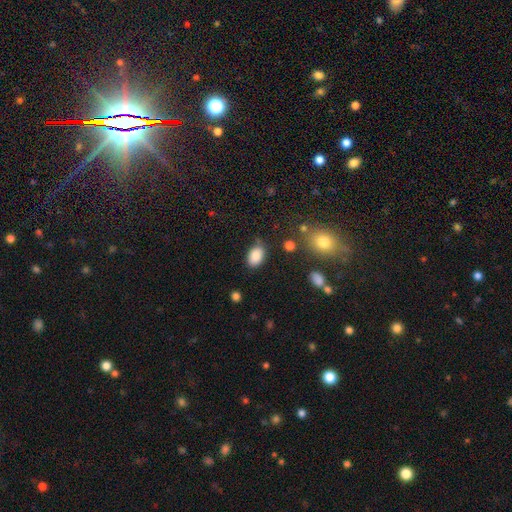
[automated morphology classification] Smooth or featured? Predicted: smooth (p=0.86). How rounded? Predicted: in between (p=0.87). Merging? Predicted: none (p=0.74).